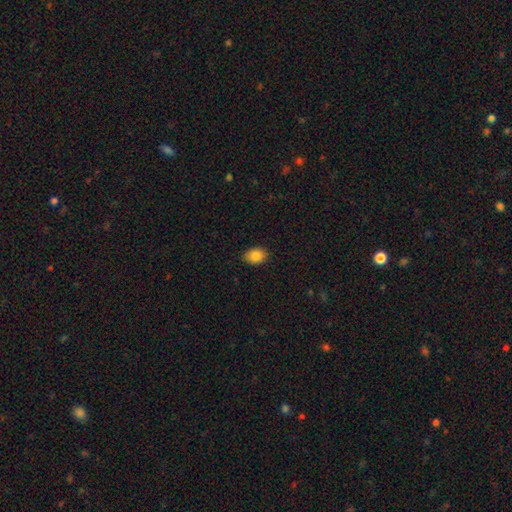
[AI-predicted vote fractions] Overall: smooth (87%). How rounded: in between (71%). Merging: none (87%).